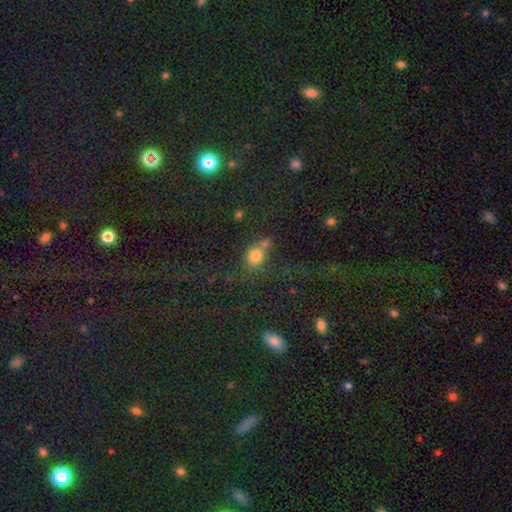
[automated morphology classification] A smooth galaxy with no disk features (72%) that is round (58%).

Vote fractions:
- Smooth or featured? smooth: 72% / star or artifact: 17% / featured or disk: 11%
- How rounded? round: 58% / in between: 39% / cigar-shaped: 3%
- Merging? none: 44% / merger: 29% / minor disturbance: 16% / major disturbance: 11%